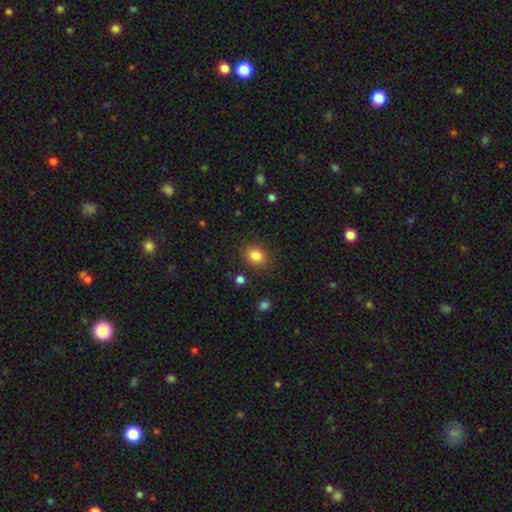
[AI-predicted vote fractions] Smooth or featured: smooth — 84% (star or artifact — 10%)
How rounded: round — 53% (in between — 46%)
Merging: none — 85% (minor disturbance — 10%)